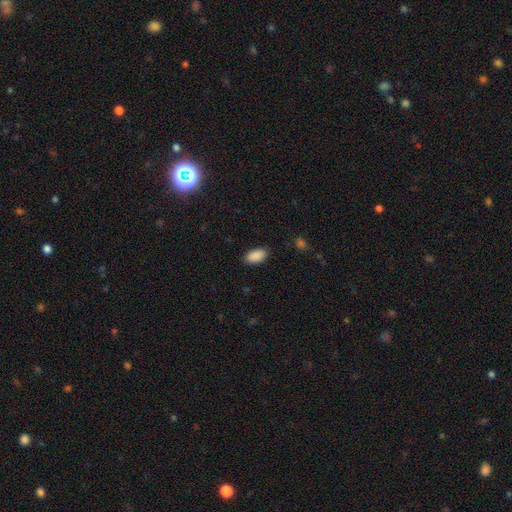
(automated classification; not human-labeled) A smooth galaxy with no disk features (90%) that is in between round and cigar-shaped (94%).

Vote fractions:
- Smooth or featured? smooth: 90% / star or artifact: 7% / featured or disk: 3%
- How rounded? in between: 94% / round: 3% / cigar-shaped: 2%
- Merging? none: 87% / minor disturbance: 9% / major disturbance: 2% / merger: 1%